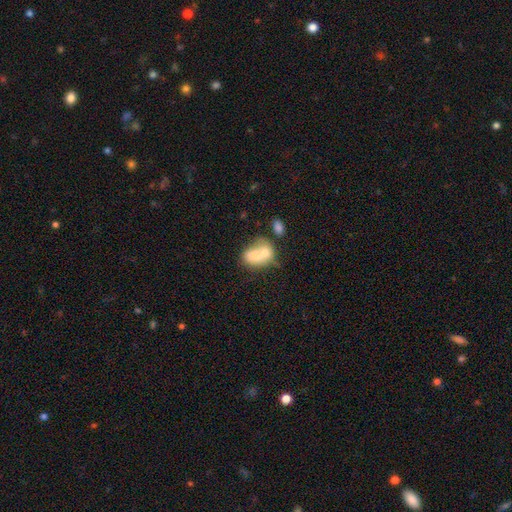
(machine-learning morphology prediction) Q: Smooth or featured?
A: smooth (69%); runner-up: featured or disk (23%)
Q: How rounded?
A: in between (68%); runner-up: round (30%)
Q: Merging?
A: merger (69%); runner-up: none (18%)